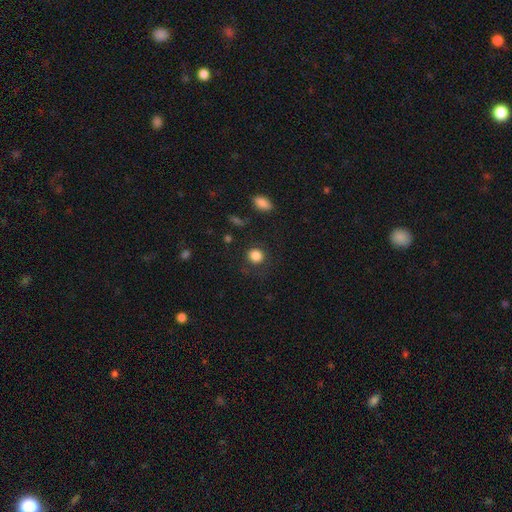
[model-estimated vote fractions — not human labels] Overall: smooth (85%). How rounded: round (84%). Merging: none (81%).